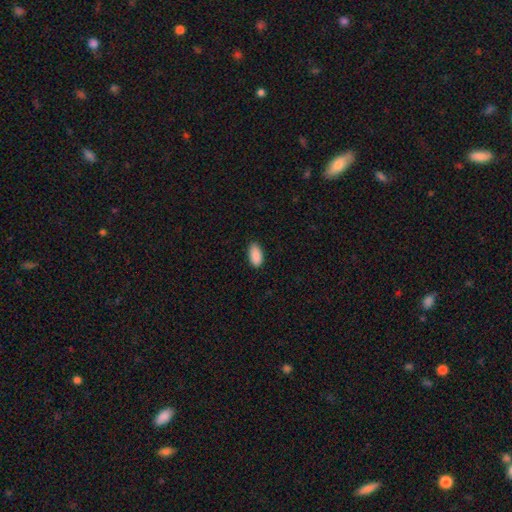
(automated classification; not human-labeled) Smooth or featured: smooth — 90% (star or artifact — 7%)
How rounded: in between — 94% (cigar-shaped — 3%)
Merging: none — 85% (minor disturbance — 12%)